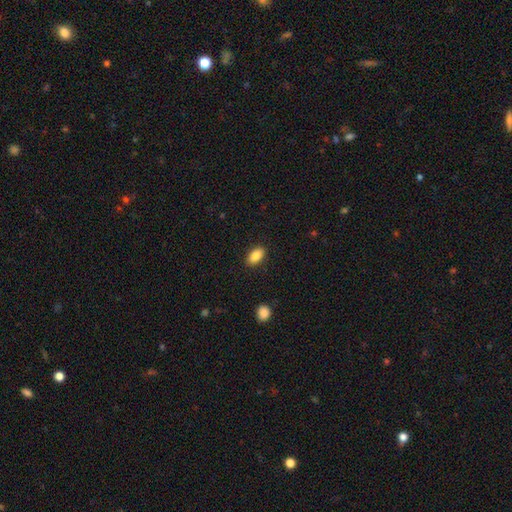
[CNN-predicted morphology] Q: Smooth or featured?
A: smooth (86%); runner-up: star or artifact (7%)
Q: How rounded?
A: in between (91%); runner-up: round (5%)
Q: Merging?
A: none (89%); runner-up: minor disturbance (8%)